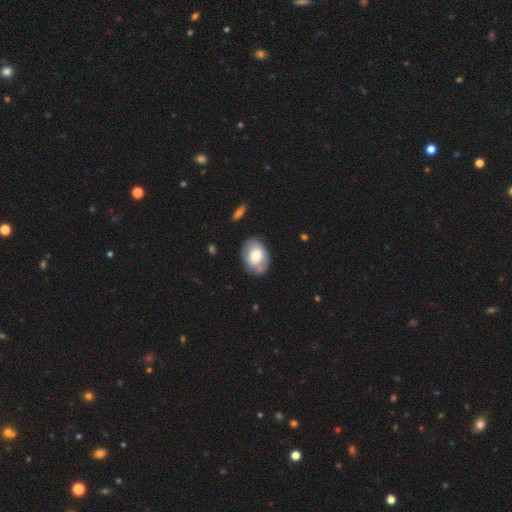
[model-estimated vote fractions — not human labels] smooth-or-featured: smooth: 62% | featured or disk: 31% | star or artifact: 7%
  how-rounded: in between: 74% | round: 25% | cigar-shaped: 1%
  merging: none: 72% | minor disturbance: 19% | major disturbance: 5% | merger: 3%